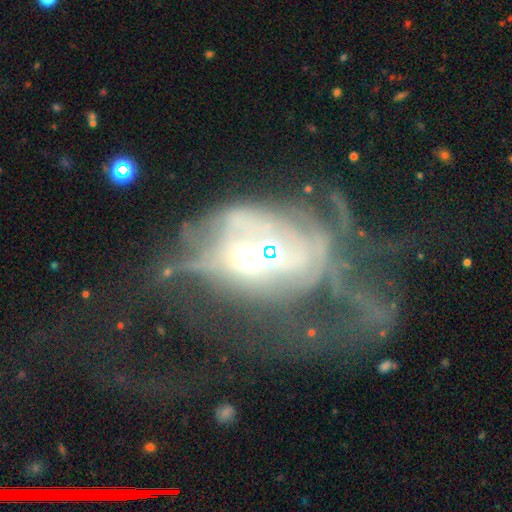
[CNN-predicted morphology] The model was most divided on "merging": major disturbance: 45%, merger: 36%, none: 11%, minor disturbance: 8%. More confident: edge-on disk — no (94%); bar — no (80%); spiral arms — no (66%); smooth or featured — featured or disk (66%); bulge size — moderate (56%).